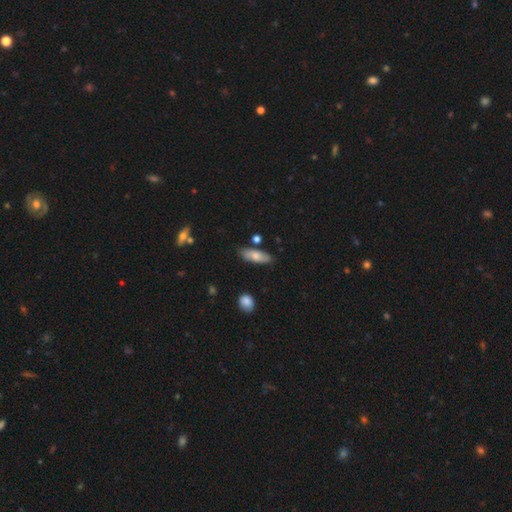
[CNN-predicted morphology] Smooth or featured? Predicted: smooth (p=0.73). How rounded? Predicted: in between (p=0.68). Merging? Predicted: none (p=0.78).